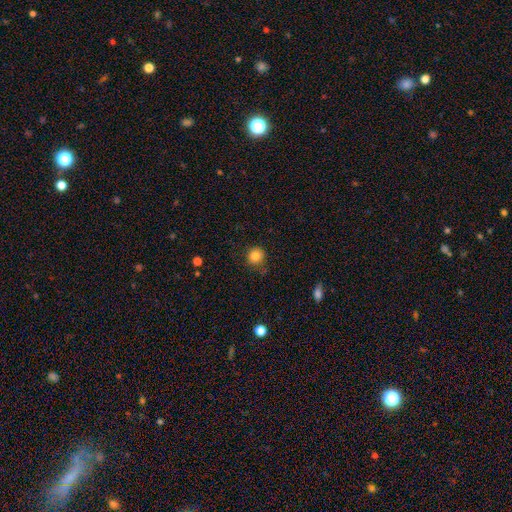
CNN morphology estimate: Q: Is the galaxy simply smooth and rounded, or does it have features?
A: smooth — 83%.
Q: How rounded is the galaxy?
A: round — 93%.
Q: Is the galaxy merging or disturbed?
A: none — 85%.